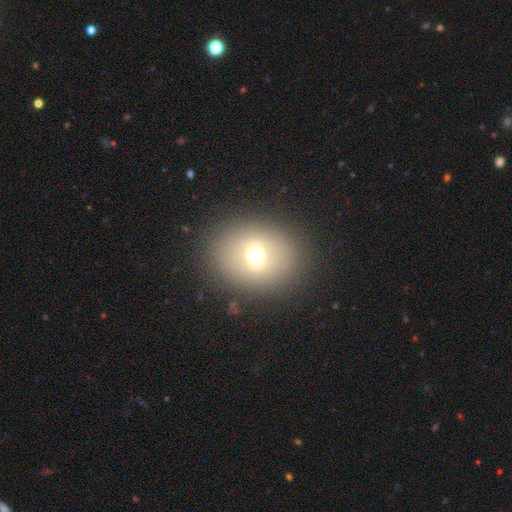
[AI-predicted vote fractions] This is likely a smooth galaxy (63%). How rounded: possibly round (60%). Merging: clearly none (86%).